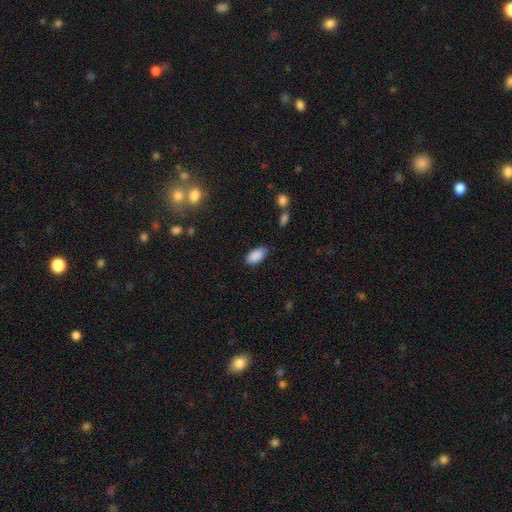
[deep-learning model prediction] smooth_or_featured: smooth (p=0.89) [alt: star or artifact p=0.07]
how_rounded: in between (p=0.94) [alt: cigar-shaped p=0.03]
merging: none (p=0.82) [alt: minor disturbance p=0.14]